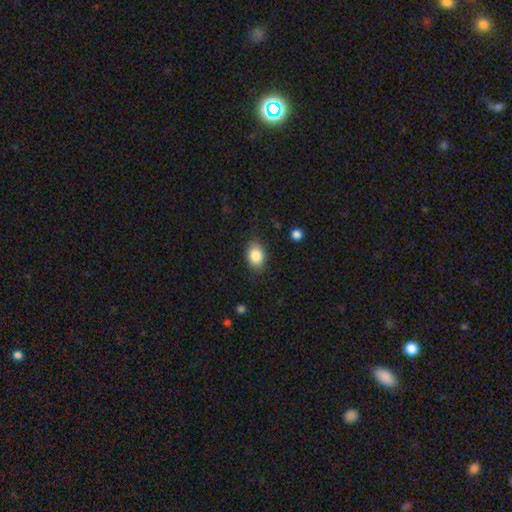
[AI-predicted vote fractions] smooth-or-featured: smooth: 86% | star or artifact: 8% | featured or disk: 7%
  how-rounded: in between: 76% | round: 23% | cigar-shaped: 1%
  merging: none: 82% | minor disturbance: 14% | major disturbance: 3% | merger: 1%